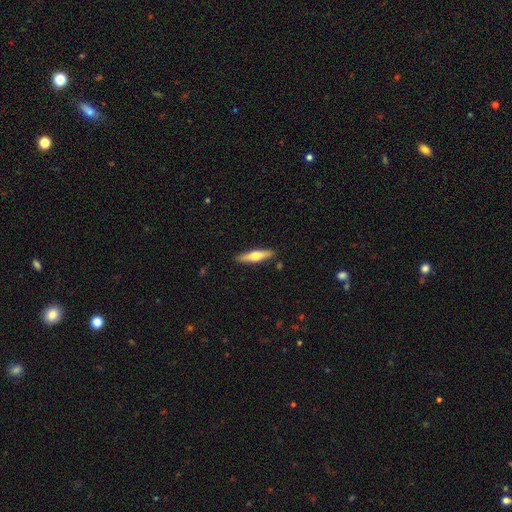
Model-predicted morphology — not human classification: featured or disk 49%, smooth 46%, star or artifact 5%. Down the decision tree: merging — none (89%).